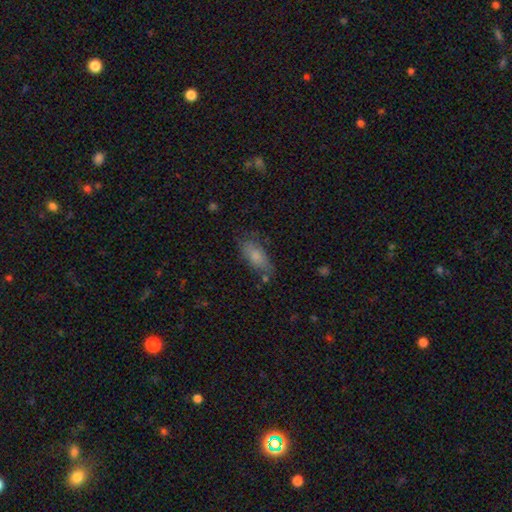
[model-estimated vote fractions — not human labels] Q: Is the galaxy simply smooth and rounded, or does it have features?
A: smooth — 77%.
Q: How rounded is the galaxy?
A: in between — 82%.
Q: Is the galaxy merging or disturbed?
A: none — 66%.